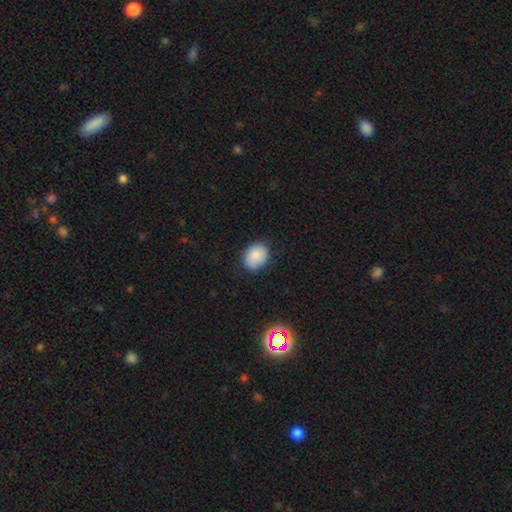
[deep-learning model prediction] A smooth galaxy with no disk features (86%) that is in between round and cigar-shaped (57%). Merging: none (80%).